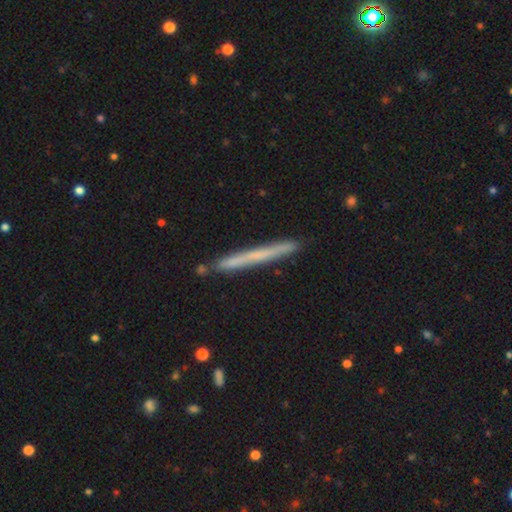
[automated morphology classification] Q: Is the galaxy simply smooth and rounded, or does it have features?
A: smooth — 53%.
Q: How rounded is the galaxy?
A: cigar-shaped — 97%.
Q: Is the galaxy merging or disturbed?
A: none — 88%.